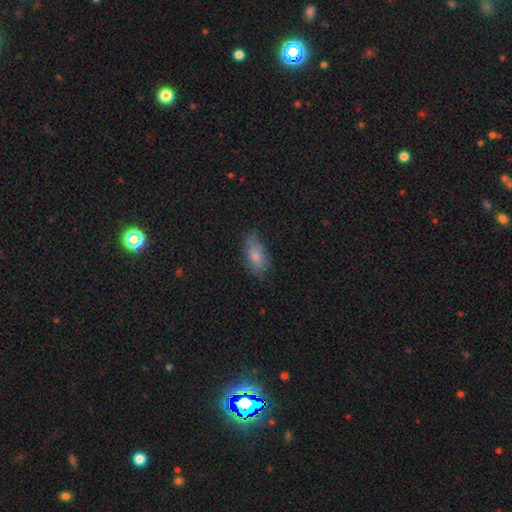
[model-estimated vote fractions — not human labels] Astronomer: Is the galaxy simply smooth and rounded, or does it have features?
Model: smooth — 72%.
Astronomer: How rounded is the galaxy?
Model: in between — 88%.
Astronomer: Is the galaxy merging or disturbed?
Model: none — 60%.